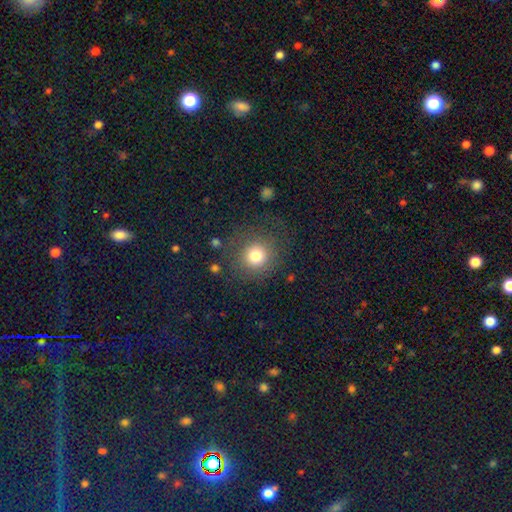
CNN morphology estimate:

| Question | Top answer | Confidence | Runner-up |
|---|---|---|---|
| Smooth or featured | smooth | 77% | star or artifact (14%) |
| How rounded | round | 91% | in between (8%) |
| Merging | none | 80% | minor disturbance (10%) |